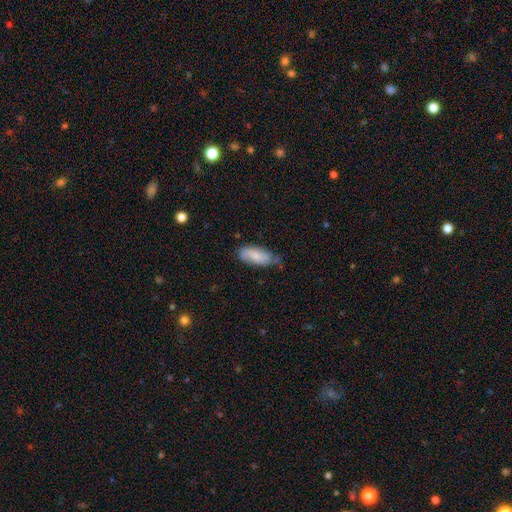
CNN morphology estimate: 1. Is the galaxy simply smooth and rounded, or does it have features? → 74% smooth, 20% featured or disk, 6% star or artifact.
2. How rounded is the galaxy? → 84% in between, 14% cigar-shaped, 2% round.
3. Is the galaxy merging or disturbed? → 55% none, 34% minor disturbance, 7% major disturbance, 4% merger.